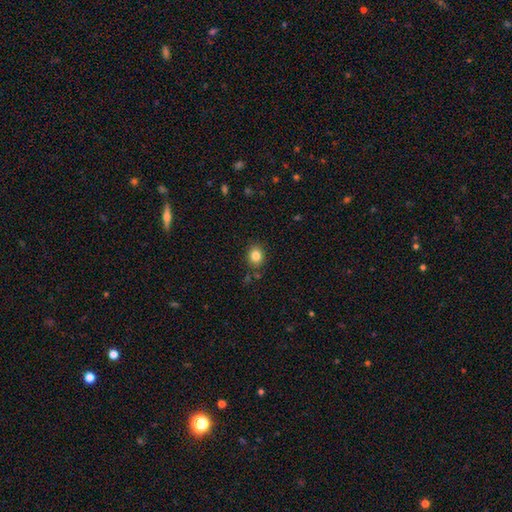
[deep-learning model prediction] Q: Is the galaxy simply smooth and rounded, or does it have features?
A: smooth — 83%.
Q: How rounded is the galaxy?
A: round — 66%.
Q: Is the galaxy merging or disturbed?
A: none — 84%.